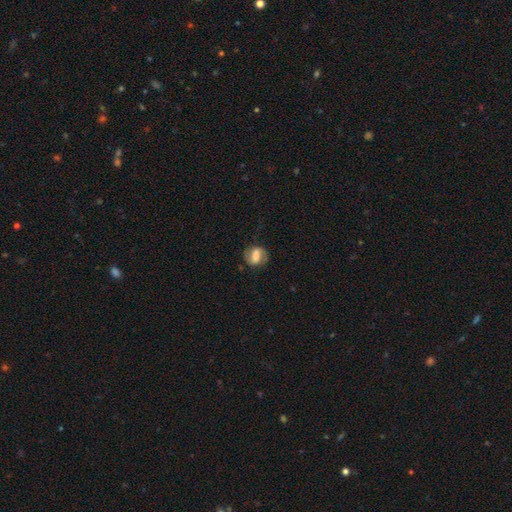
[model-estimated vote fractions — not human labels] featured or disk 49%, smooth 42%, star or artifact 8%. Down the decision tree: merging — none (72%).